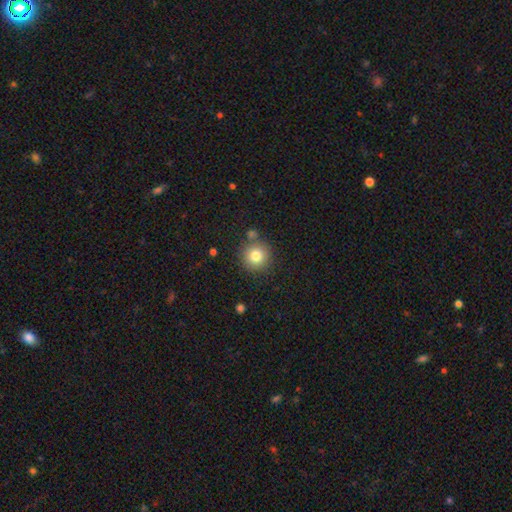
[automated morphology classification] The model was most divided on "smooth or featured": smooth: 80%, star or artifact: 11%, featured or disk: 9%. More confident: how rounded — round (94%); merging — none (80%).